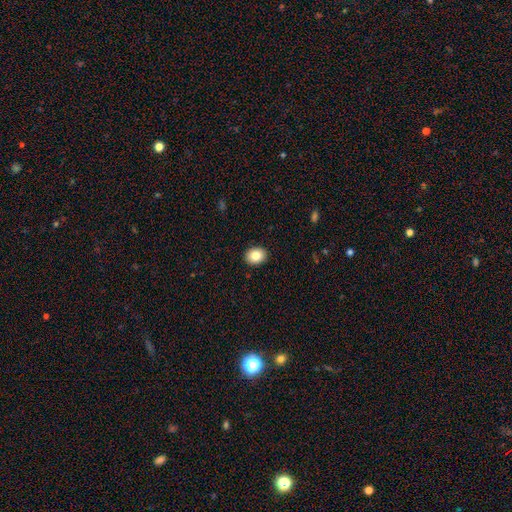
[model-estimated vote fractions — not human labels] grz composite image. It shows a smooth galaxy with no disk features (83%) that is in between round and cigar-shaped (51%). Merging: none (91%).